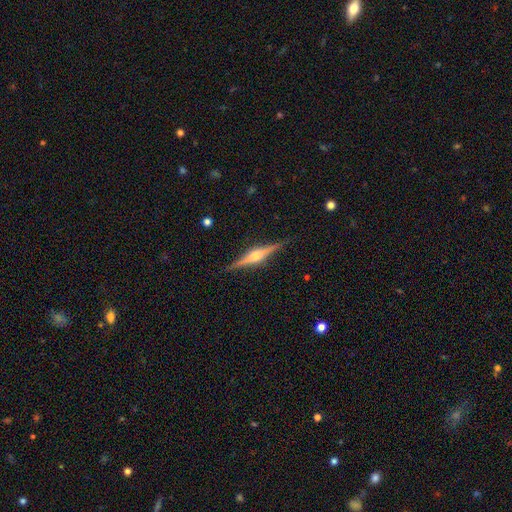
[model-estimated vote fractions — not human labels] Q: Smooth or featured?
A: featured or disk (81%); runner-up: smooth (13%)
Q: Edge-on disk?
A: yes (98%); runner-up: no (2%)
Q: Edge-on bulge?
A: rounded (90%); runner-up: boxy (7%)
Q: Merging?
A: none (90%); runner-up: minor disturbance (8%)